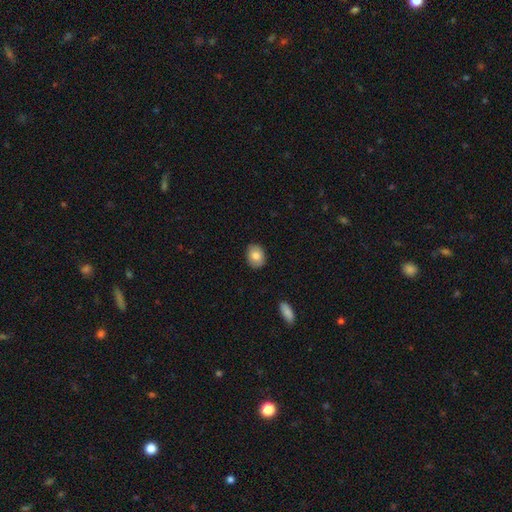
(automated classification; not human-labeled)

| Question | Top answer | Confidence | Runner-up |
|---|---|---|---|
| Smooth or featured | smooth | 83% | featured or disk (10%) |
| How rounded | in between | 61% | round (38%) |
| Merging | none | 87% | minor disturbance (10%) |